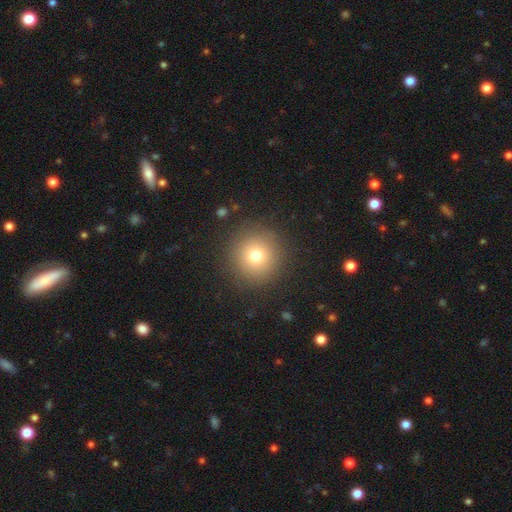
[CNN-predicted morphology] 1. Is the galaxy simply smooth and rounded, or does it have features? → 76% smooth, 14% star or artifact, 10% featured or disk.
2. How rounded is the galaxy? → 95% round, 4% in between, 1% cigar-shaped.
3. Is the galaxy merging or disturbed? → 89% none, 6% minor disturbance, 3% major disturbance, 1% merger.